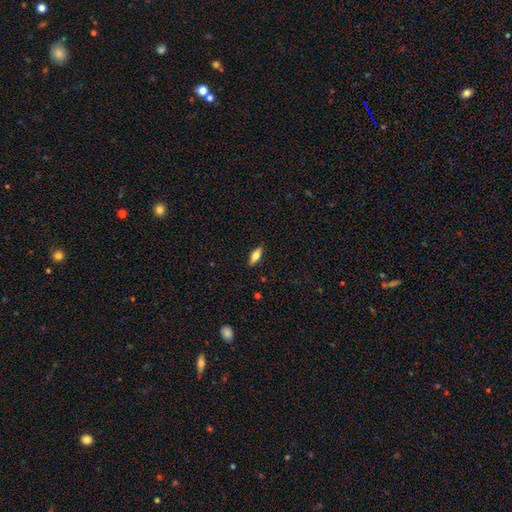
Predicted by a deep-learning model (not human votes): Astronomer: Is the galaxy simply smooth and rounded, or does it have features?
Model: smooth — 69%.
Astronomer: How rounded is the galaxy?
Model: in between — 69%.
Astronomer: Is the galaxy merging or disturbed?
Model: none — 88%.